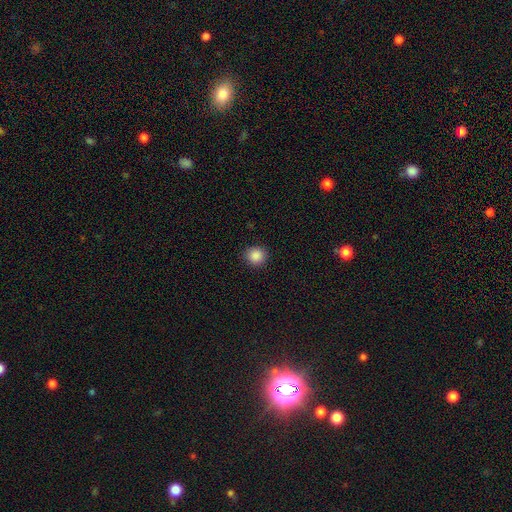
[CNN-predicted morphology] This is clearly a smooth galaxy (88%). How rounded: clearly round (90%). Merging: clearly none (90%).